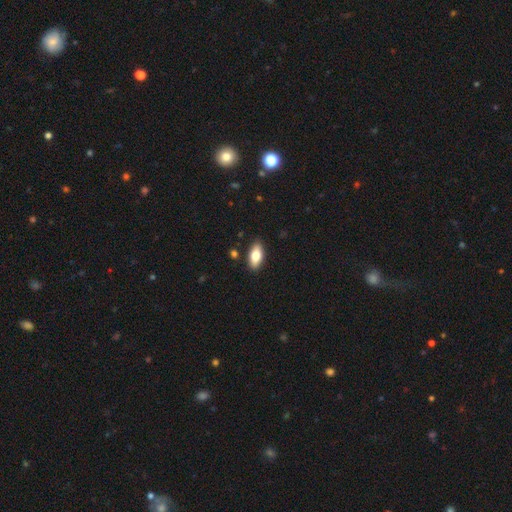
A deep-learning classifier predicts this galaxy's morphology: type=smooth (78%); roundness=in between (87%); merging=none (88%).